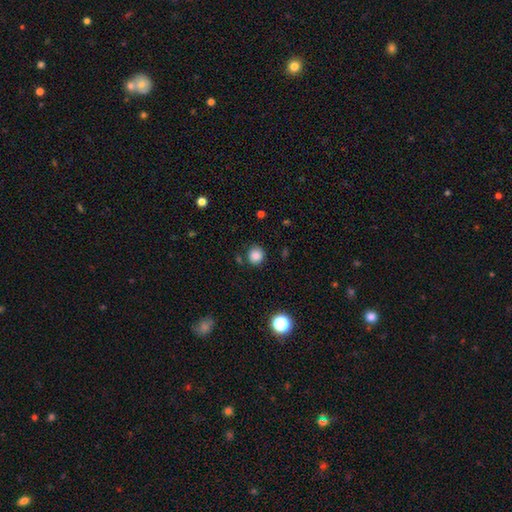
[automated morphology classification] A smooth galaxy with no disk features (84%) that is round (87%). Merging: none (82%).